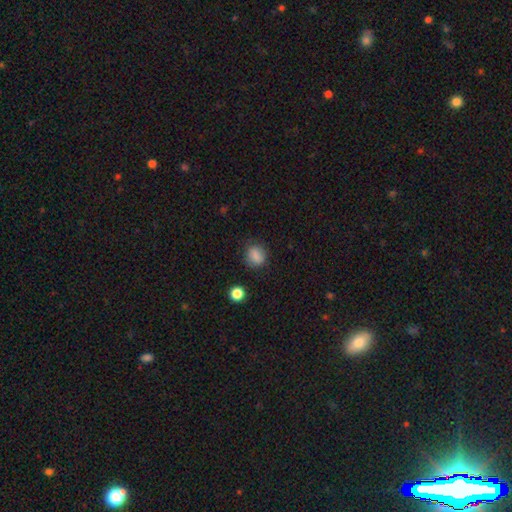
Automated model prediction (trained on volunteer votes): This appears to be a smooth galaxy with no disk features (83%) that is round (59%). Merging: none (78%).